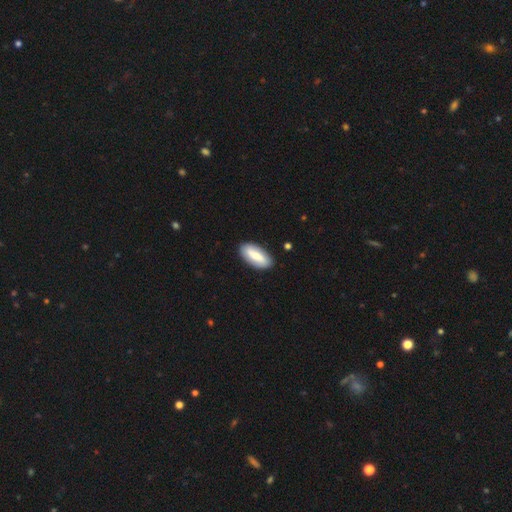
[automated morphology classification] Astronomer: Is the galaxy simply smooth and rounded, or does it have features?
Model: smooth — 69%.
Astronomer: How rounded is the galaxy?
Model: in between — 85%.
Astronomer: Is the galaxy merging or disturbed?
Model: none — 88%.